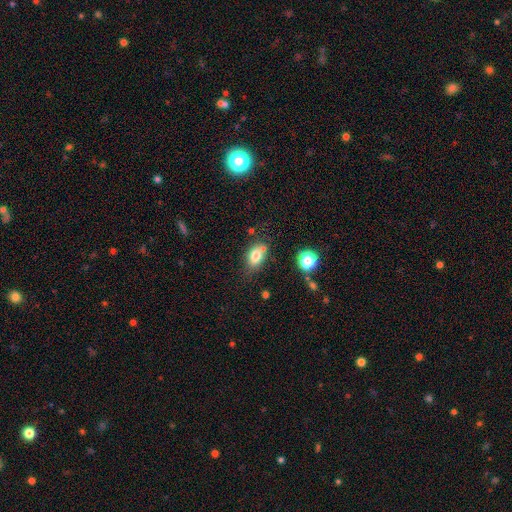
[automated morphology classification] Overall: smooth (77%). How rounded: in between (78%). Merging: none (58%; minor disturbance 18%).